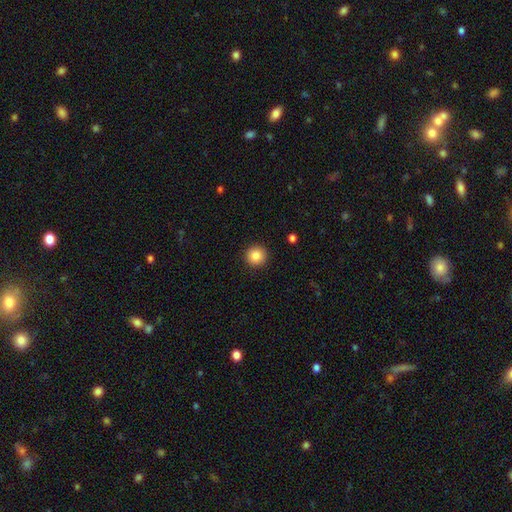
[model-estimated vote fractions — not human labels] Q: Smooth or featured?
A: smooth (86%); runner-up: star or artifact (9%)
Q: How rounded?
A: round (95%); runner-up: in between (4%)
Q: Merging?
A: none (93%); runner-up: minor disturbance (5%)